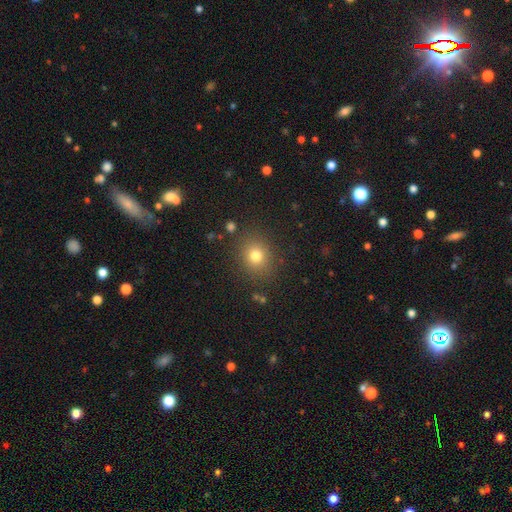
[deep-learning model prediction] smooth 77%, star or artifact 15%, featured or disk 9%. Down the decision tree: how rounded — round (73%); merging — none (85%).